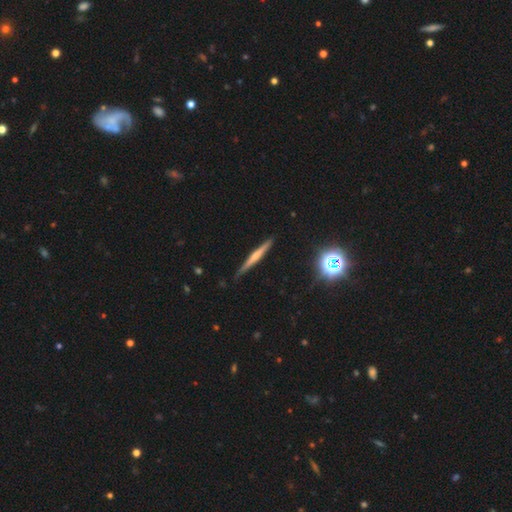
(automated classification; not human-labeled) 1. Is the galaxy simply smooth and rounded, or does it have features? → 52% featured or disk, 39% smooth, 9% star or artifact.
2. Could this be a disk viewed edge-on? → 97% yes, 3% no.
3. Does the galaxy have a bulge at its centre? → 47% rounded, 41% none, 12% boxy.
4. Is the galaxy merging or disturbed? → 86% none, 11% minor disturbance, 2% major disturbance, 1% merger.